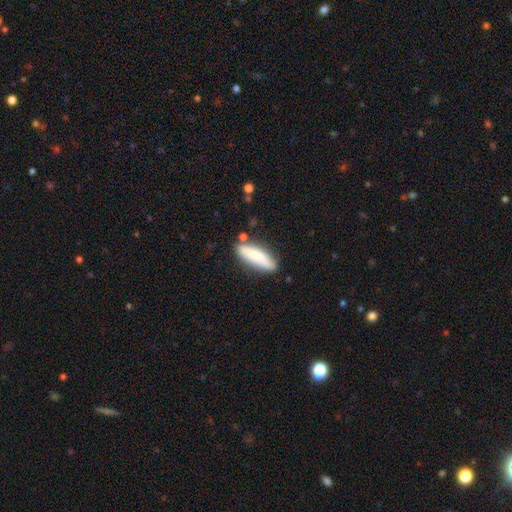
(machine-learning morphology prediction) Smooth or featured: smooth — 78% (featured or disk — 16%)
How rounded: cigar-shaped — 59% (in between — 39%)
Merging: none — 74% (minor disturbance — 17%)